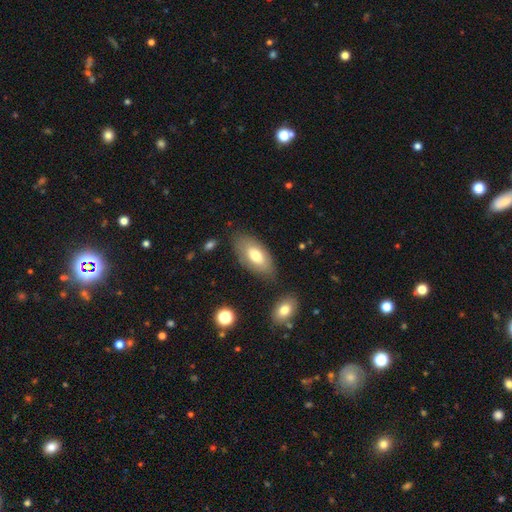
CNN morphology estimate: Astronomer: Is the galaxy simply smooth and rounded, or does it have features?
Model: smooth — 66%.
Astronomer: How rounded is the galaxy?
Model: in between — 91%.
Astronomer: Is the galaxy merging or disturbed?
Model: none — 76%.